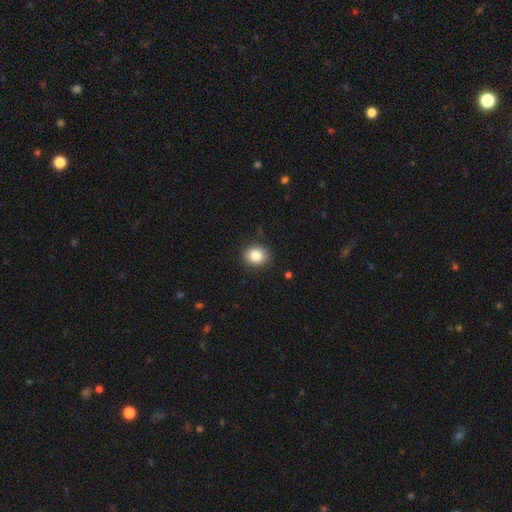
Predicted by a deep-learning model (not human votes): smooth 84%, star or artifact 10%, featured or disk 6%. Down the decision tree: how rounded — round (72%); merging — none (89%).